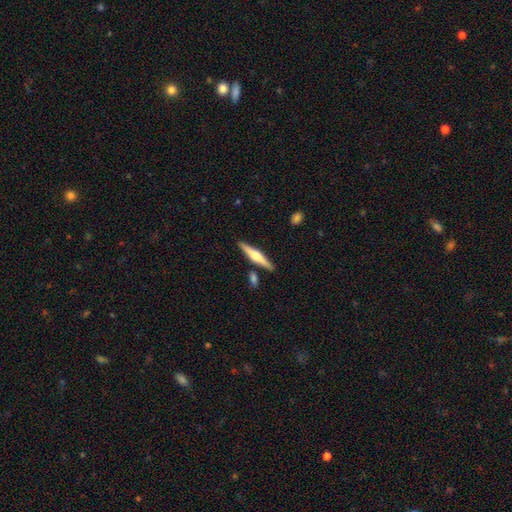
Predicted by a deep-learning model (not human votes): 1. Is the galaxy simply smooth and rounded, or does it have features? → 67% featured or disk, 27% smooth, 5% star or artifact.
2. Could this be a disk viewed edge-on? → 98% yes, 2% no.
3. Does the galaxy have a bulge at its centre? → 91% rounded, 6% boxy, 3% none.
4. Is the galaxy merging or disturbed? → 86% none, 7% minor disturbance, 5% merger, 2% major disturbance.